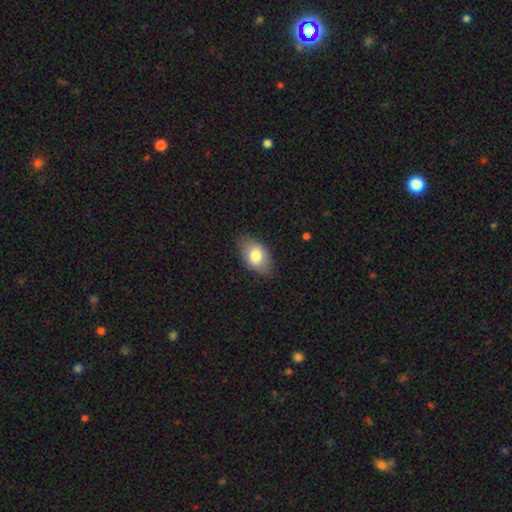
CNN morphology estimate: A smooth galaxy with no disk features (78%) that is in between round and cigar-shaped (90%).

Vote fractions:
- Smooth or featured? smooth: 78% / featured or disk: 15% / star or artifact: 7%
- How rounded? in between: 90% / round: 8% / cigar-shaped: 2%
- Merging? none: 79% / minor disturbance: 16% / major disturbance: 3% / merger: 1%